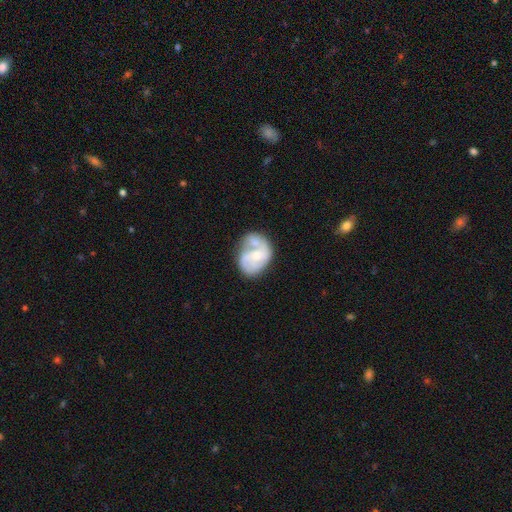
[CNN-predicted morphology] smooth_or_featured: featured or disk (p=0.63) [alt: smooth p=0.31]
disk_edge_on: no (p=0.98) [alt: yes p=0.02]
bar: no (p=0.69) [alt: weak p=0.25]
has_spiral_arms: yes (p=0.63) [alt: no p=0.37]
bulge_size: small (p=0.46) [alt: moderate p=0.45]
merging: merger (p=0.35) [alt: none p=0.32]